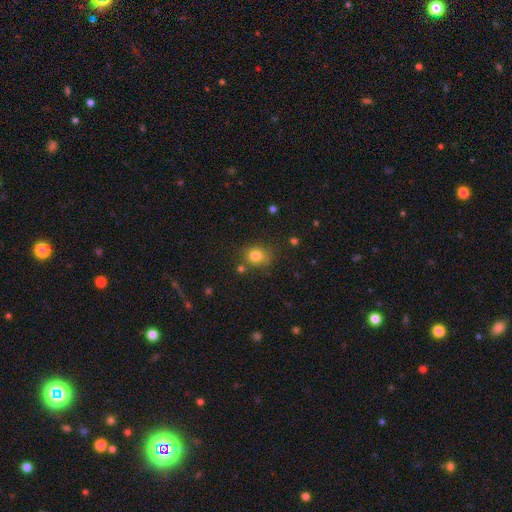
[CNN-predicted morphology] Smooth or featured: smooth — 81% (star or artifact — 12%)
How rounded: round — 71% (in between — 28%)
Merging: none — 71% (minor disturbance — 17%)